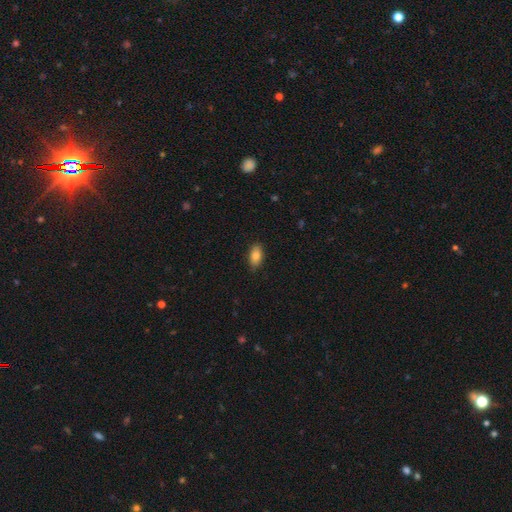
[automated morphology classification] Q: Smooth or featured?
A: smooth (82%); runner-up: featured or disk (11%)
Q: How rounded?
A: in between (91%); runner-up: round (5%)
Q: Merging?
A: none (86%); runner-up: minor disturbance (11%)